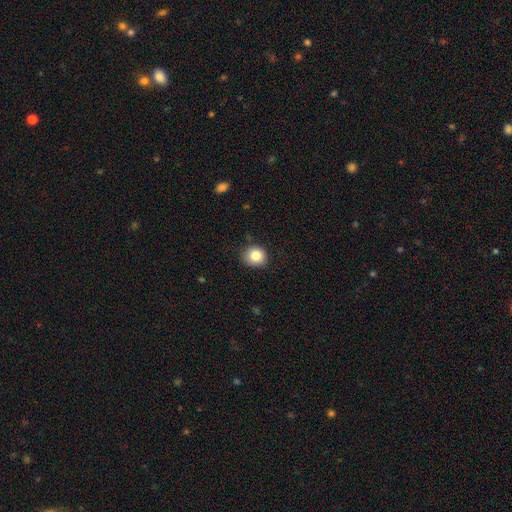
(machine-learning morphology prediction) smooth 83%, star or artifact 10%, featured or disk 6%. Down the decision tree: how rounded — round (83%); merging — none (85%).